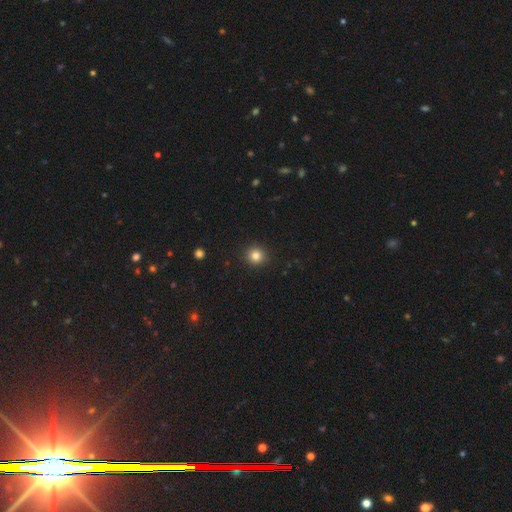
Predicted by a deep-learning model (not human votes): Smooth or featured: smooth — 83% (star or artifact — 12%)
How rounded: round — 92% (in between — 8%)
Merging: none — 92% (minor disturbance — 5%)